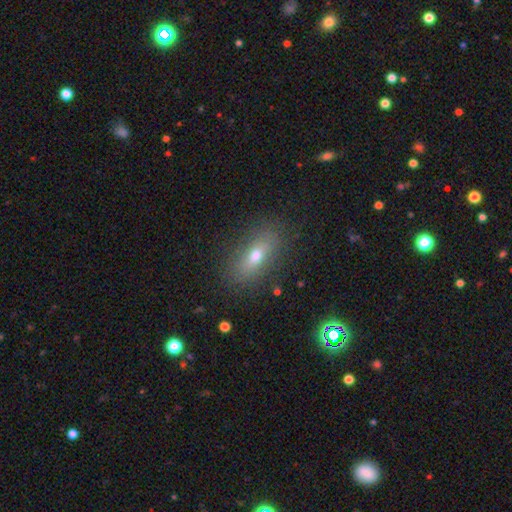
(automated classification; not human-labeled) smooth-or-featured: smooth: 64% | featured or disk: 25% | star or artifact: 11%
  how-rounded: in between: 72% | cigar-shaped: 21% | round: 7%
  merging: none: 83% | minor disturbance: 11% | major disturbance: 4% | merger: 1%